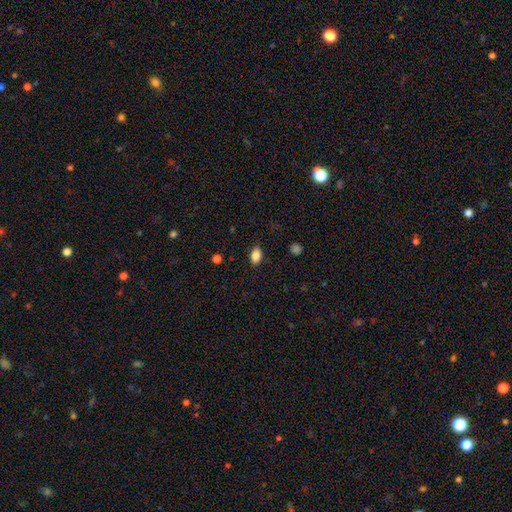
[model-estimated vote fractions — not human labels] Overall: smooth (86%). How rounded: in between (87%). Merging: none (86%).